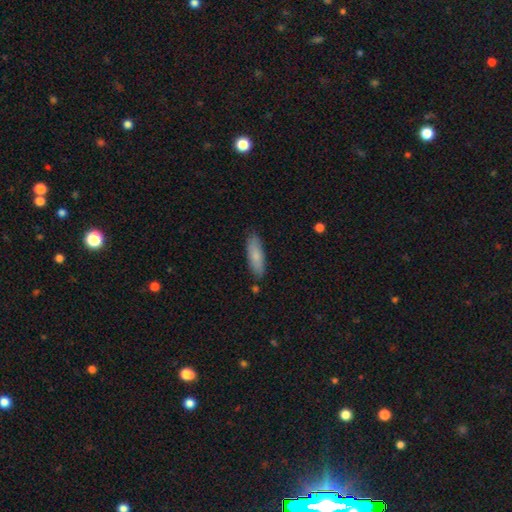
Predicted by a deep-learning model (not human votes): A smooth galaxy with no disk features (79%) that is in between round and cigar-shaped (51%).

Vote fractions:
- Smooth or featured? smooth: 79% / featured or disk: 15% / star or artifact: 6%
- How rounded? in between: 51% / cigar-shaped: 47% / round: 2%
- Merging? none: 83% / minor disturbance: 12% / merger: 2% / major disturbance: 2%